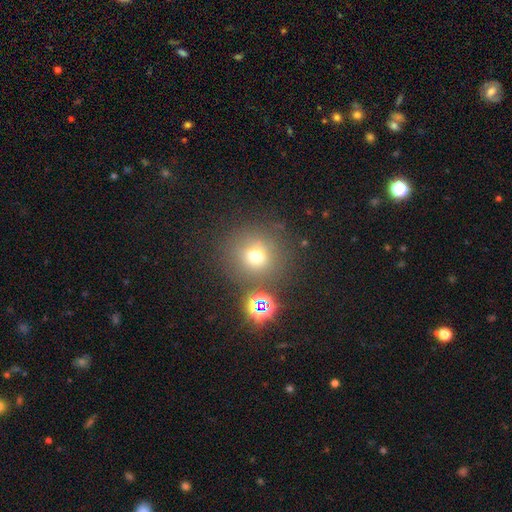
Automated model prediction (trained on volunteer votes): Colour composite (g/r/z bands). It shows a smooth galaxy with no disk features (66%) that is round (90%). Merging: none (76%).